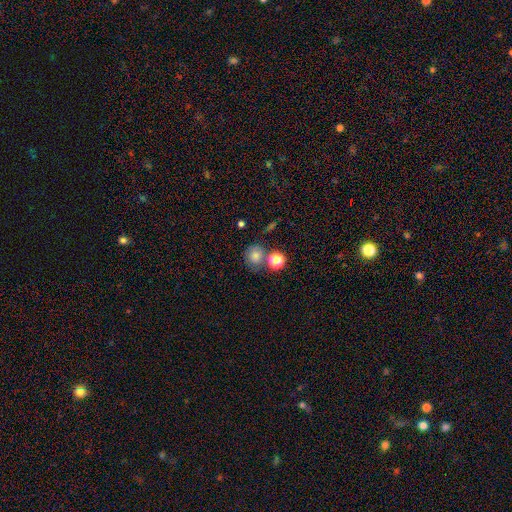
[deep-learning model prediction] This is likely a smooth galaxy (76%). How rounded: clearly round (84%). Merging: likely none (60%).